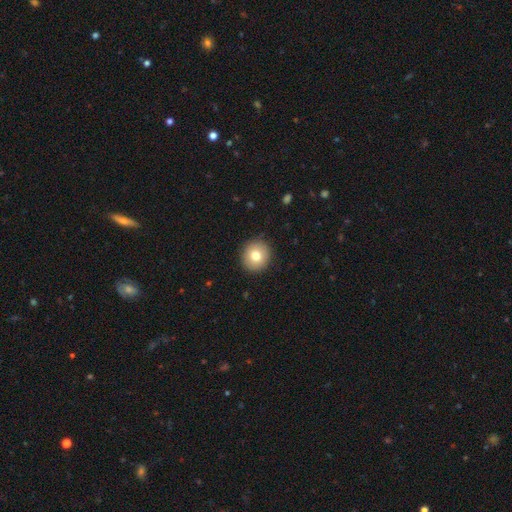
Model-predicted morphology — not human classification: smooth-or-featured: smooth: 77% | featured or disk: 13% | star or artifact: 10%
  how-rounded: round: 92% | in between: 7% | cigar-shaped: 1%
  merging: none: 91% | minor disturbance: 6% | major disturbance: 2% | merger: 1%